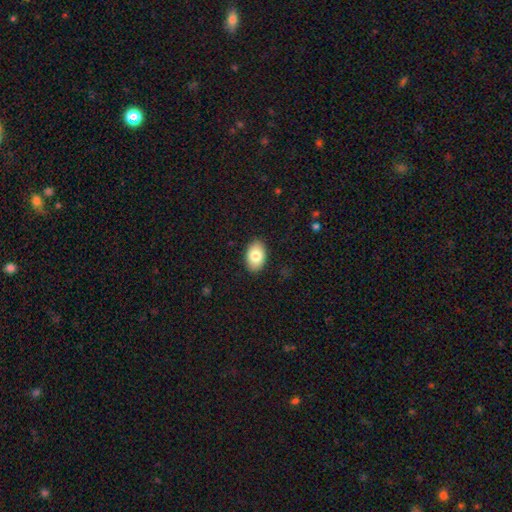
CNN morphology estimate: smooth_or_featured: smooth (p=0.82) [alt: featured or disk p=0.12]
how_rounded: in between (p=0.90) [alt: round p=0.09]
merging: none (p=0.89) [alt: minor disturbance p=0.08]